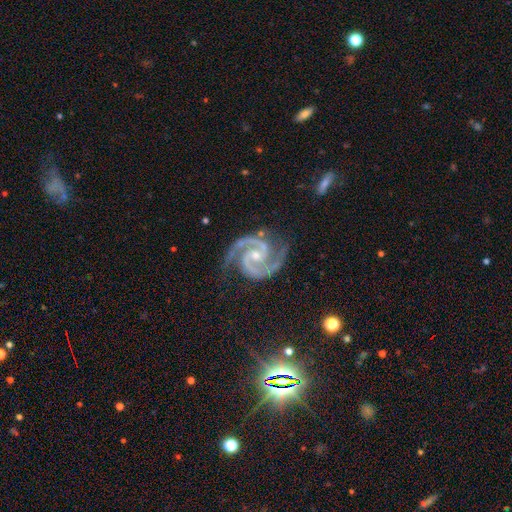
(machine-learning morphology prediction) type=featured or disk (95%); edge-on=no (99%); bar=no (50%); spiral arms=yes (99%); winding=medium (54%); arm count=2 (93%); bulge=small (52%); merging=none (76%).